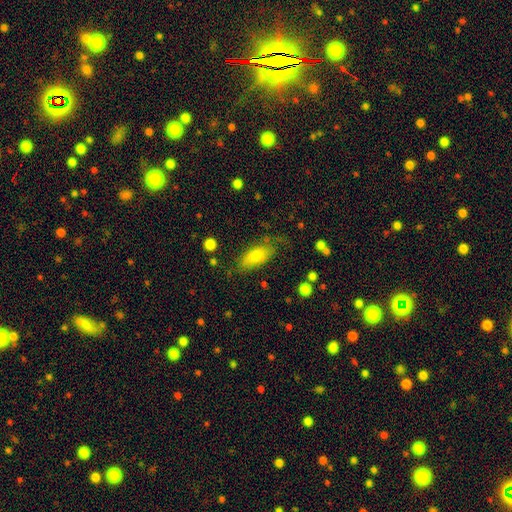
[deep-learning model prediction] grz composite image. It shows a smooth galaxy with no disk features (78%) that is in between round and cigar-shaped (83%). Merging: none (65%).